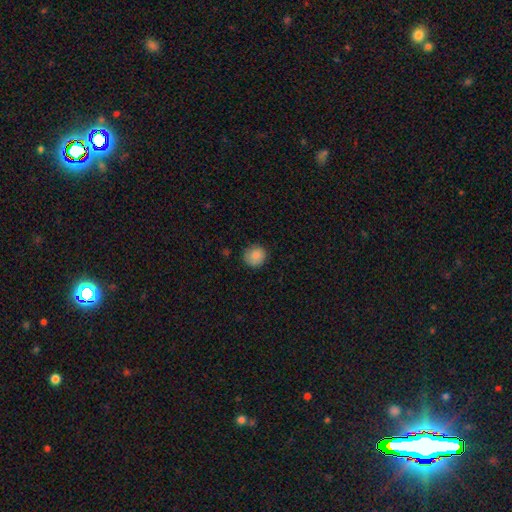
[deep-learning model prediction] smooth_or_featured: smooth (p=0.86) [alt: star or artifact p=0.08]
how_rounded: round (p=0.89) [alt: in between p=0.10]
merging: none (p=0.81) [alt: minor disturbance p=0.15]